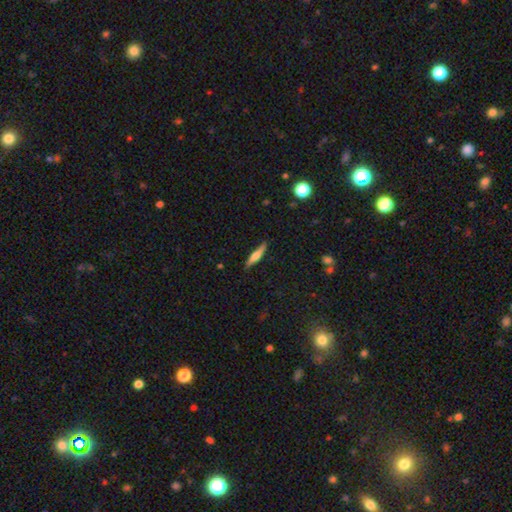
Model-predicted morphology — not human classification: This appears to be a smooth galaxy with no disk features (49%). Merging: none (86%).